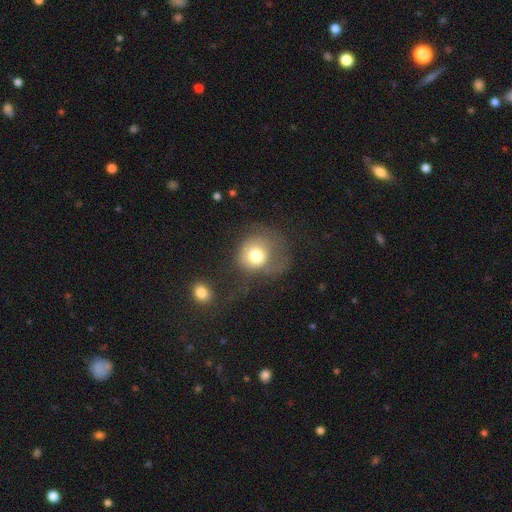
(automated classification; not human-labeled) This is likely a smooth galaxy (72%). How rounded: likely round (77%). Merging: marginally major disturbance (41%).